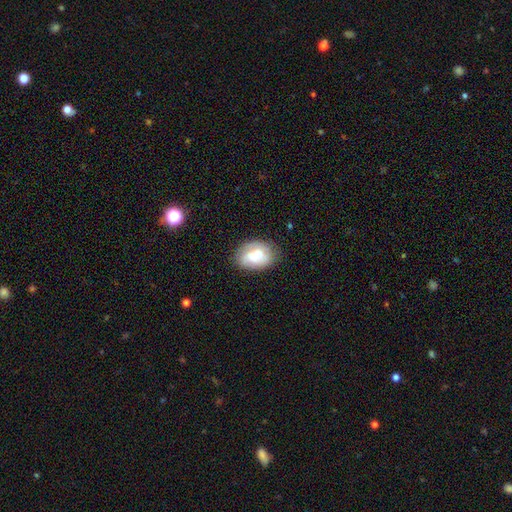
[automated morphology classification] Smooth or featured? Predicted: smooth (p=0.58). How rounded? Predicted: in between (p=0.81). Merging? Predicted: none (p=0.68).